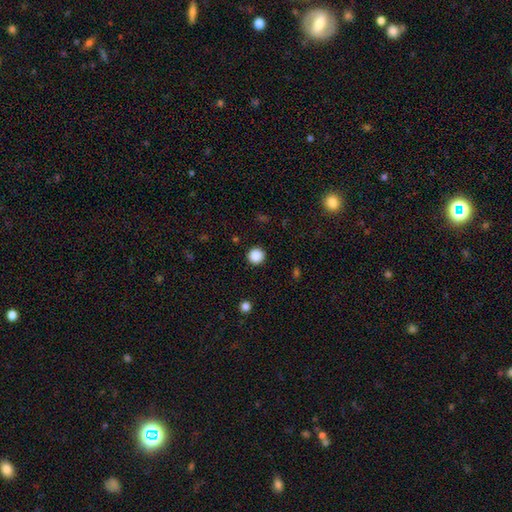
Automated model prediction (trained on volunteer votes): The model was most divided on "smooth or featured": smooth: 87%, star or artifact: 10%, featured or disk: 3%. More confident: how rounded — round (96%); merging — none (92%).